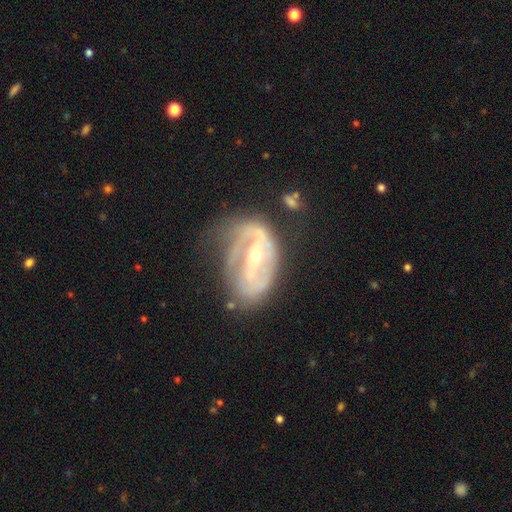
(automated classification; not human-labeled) Q: Smooth or featured?
A: featured or disk (84%); runner-up: smooth (10%)
Q: Edge-on disk?
A: no (95%); runner-up: yes (5%)
Q: Bar?
A: strong (43%); runner-up: weak (33%)
Q: Spiral arms?
A: yes (84%); runner-up: no (16%)
Q: Spiral winding?
A: medium (41%); runner-up: tight (40%)
Q: Spiral arm count?
A: 2 (51%); runner-up: can't tell (22%)
Q: Bulge size?
A: small (62%); runner-up: moderate (35%)
Q: Merging?
A: none (41%); runner-up: minor disturbance (29%)